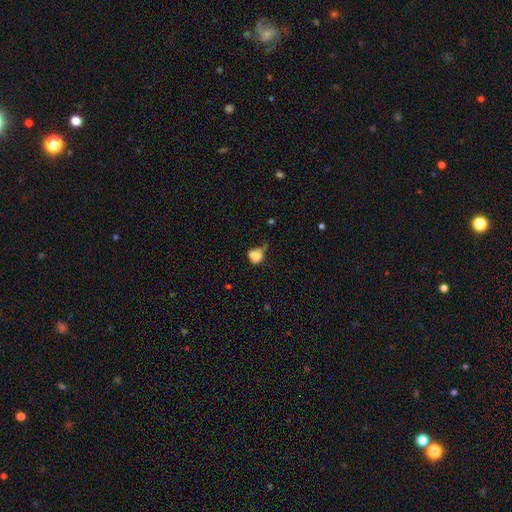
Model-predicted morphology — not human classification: smooth-or-featured: smooth: 80% | star or artifact: 11% | featured or disk: 9%
  how-rounded: round: 62% | in between: 36% | cigar-shaped: 1%
  merging: minor disturbance: 39% | none: 32% | major disturbance: 23% | merger: 7%